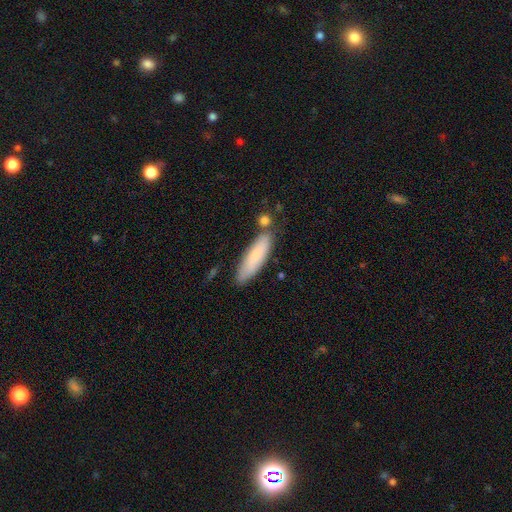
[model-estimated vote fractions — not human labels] Smooth or featured? smooth (79%)
How rounded? cigar-shaped (67%)
Merging? none (73%)